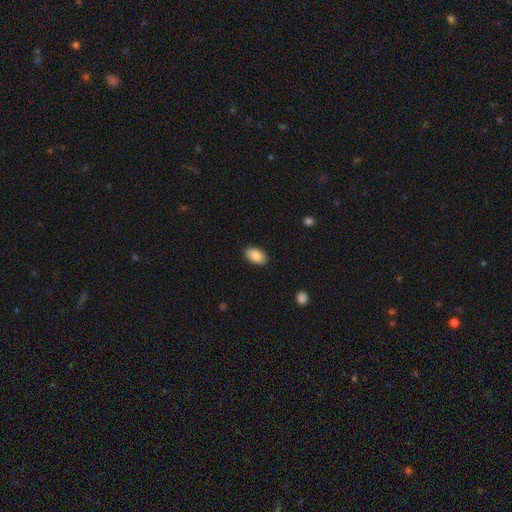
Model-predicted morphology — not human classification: smooth 88%, star or artifact 7%, featured or disk 6%. Down the decision tree: how rounded — in between (93%); merging — none (89%).